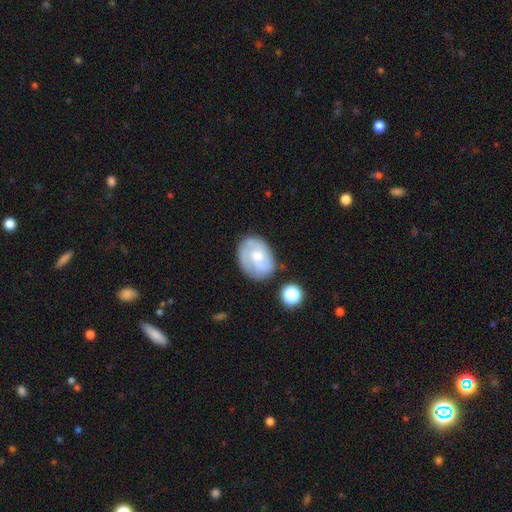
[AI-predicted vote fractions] smooth-or-featured: featured or disk: 58% | smooth: 34% | star or artifact: 8%
  disk-edge-on: no: 97% | yes: 3%
    bar: no: 68% | weak: 28% | strong: 4%
    has-spiral-arms: yes: 77% | no: 23%
    bulge-size: moderate: 48% | small: 43% | none: 4% | large: 4% | dominant: 1%
  merging: none: 64% | minor disturbance: 22% | major disturbance: 8% | merger: 6%